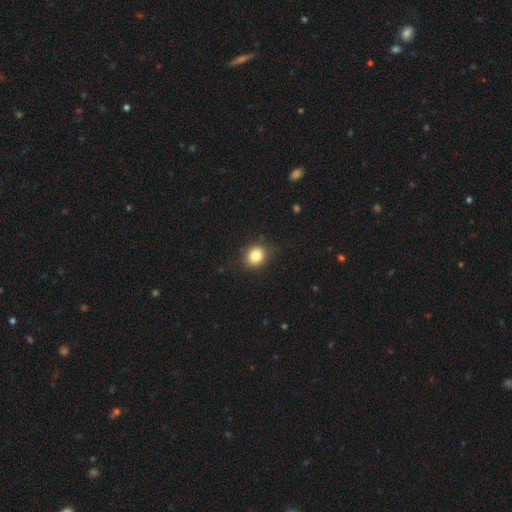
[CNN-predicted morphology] Smooth or featured? smooth (83%)
How rounded? round (74%)
Merging? none (83%)